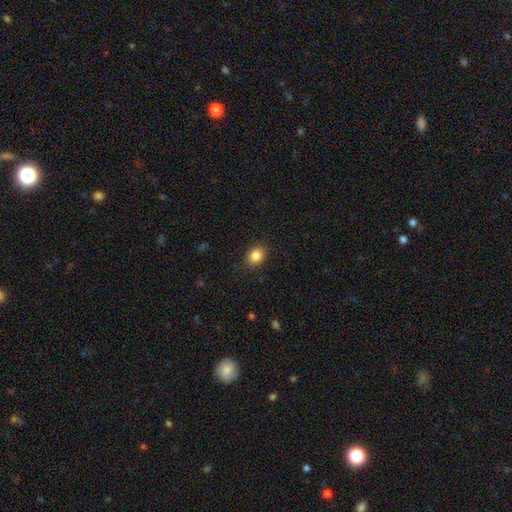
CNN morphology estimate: This is clearly a smooth galaxy (85%). How rounded: possibly round (50%). Merging: clearly none (88%).